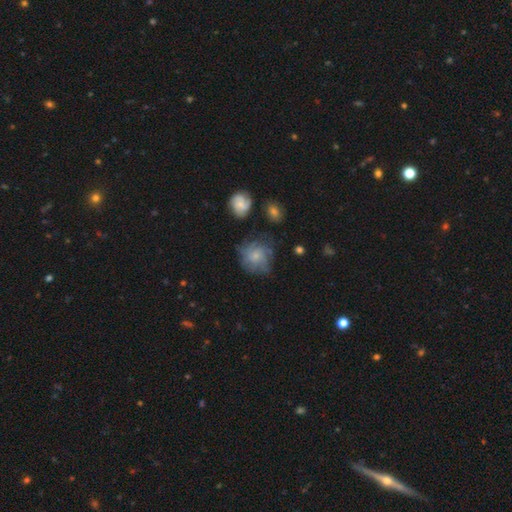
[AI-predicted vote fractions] This is possibly a featured or disk galaxy (49%). Merging: likely none (62%).